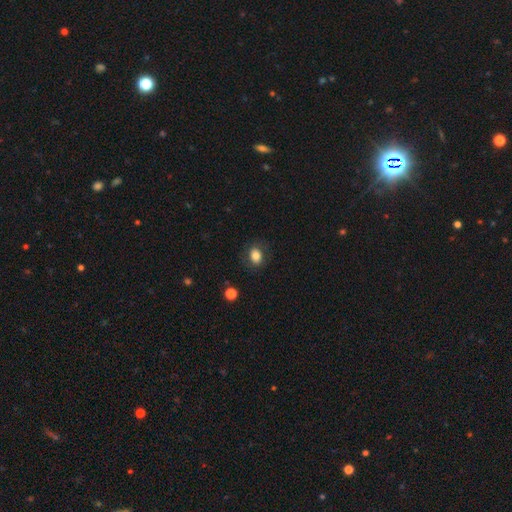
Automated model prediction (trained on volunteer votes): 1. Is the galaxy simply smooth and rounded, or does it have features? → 80% smooth, 10% featured or disk, 10% star or artifact.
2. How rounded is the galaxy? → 57% in between, 42% round, 1% cigar-shaped.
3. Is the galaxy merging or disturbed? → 80% none, 13% minor disturbance, 6% major disturbance, 1% merger.